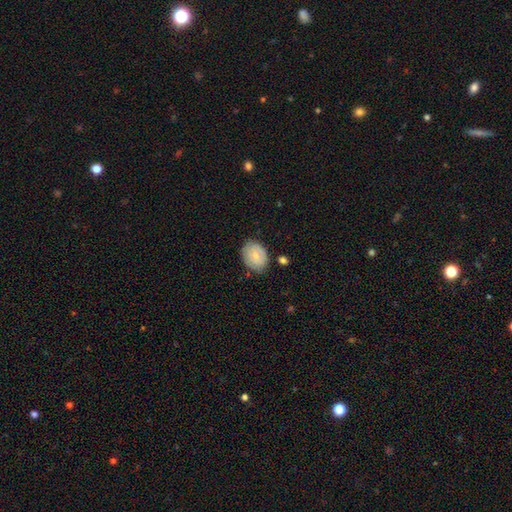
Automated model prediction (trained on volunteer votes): Morphology: type=smooth (71%); roundness=in between (59%); merging=none (75%).